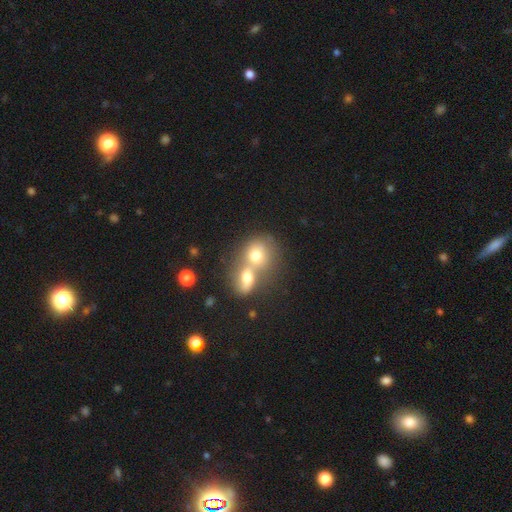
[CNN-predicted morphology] Q: Smooth or featured?
A: smooth (68%); runner-up: featured or disk (21%)
Q: How rounded?
A: round (68%); runner-up: in between (30%)
Q: Merging?
A: merger (70%); runner-up: none (20%)